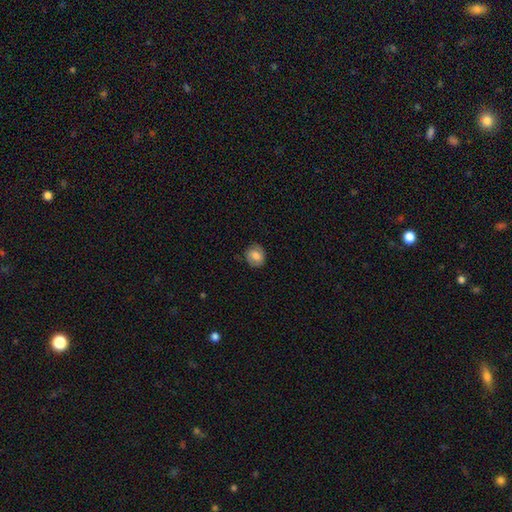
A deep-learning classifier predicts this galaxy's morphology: Q: Smooth or featured?
A: smooth (72%); runner-up: featured or disk (20%)
Q: How rounded?
A: round (70%); runner-up: in between (29%)
Q: Merging?
A: none (81%); runner-up: minor disturbance (15%)